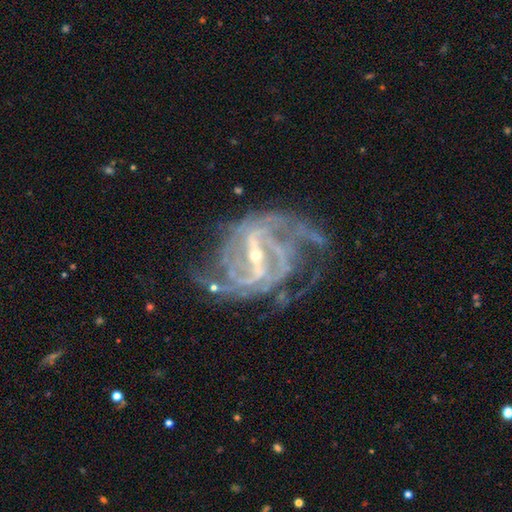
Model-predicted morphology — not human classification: Smooth or featured? Predicted: featured or disk (p=0.91). Edge-on disk? Predicted: no (p=0.97). Bar? Predicted: strong (p=0.67). Spiral arms? Predicted: yes (p=0.97). Spiral winding? Predicted: medium (p=0.46). Spiral arm count? Predicted: 2 (p=0.34). Bulge size? Predicted: small (p=0.72). Merging? Predicted: none (p=0.56).